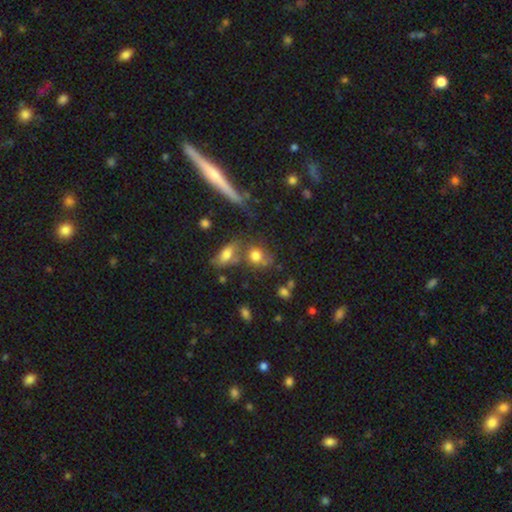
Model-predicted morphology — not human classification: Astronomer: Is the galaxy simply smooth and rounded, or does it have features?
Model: smooth — 73%.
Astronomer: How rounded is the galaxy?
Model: round — 61%.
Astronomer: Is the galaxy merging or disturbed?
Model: none — 47% (runner-up: merger, 29%).